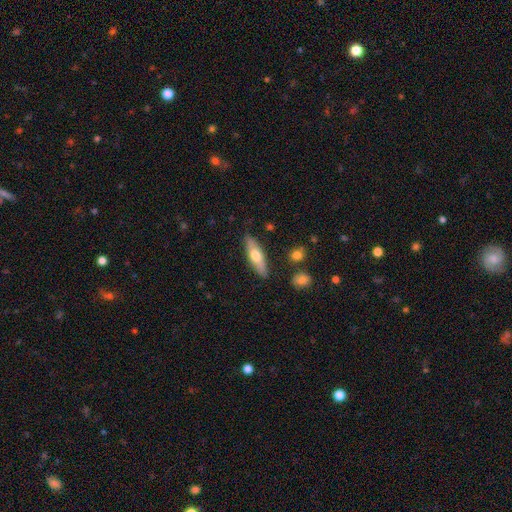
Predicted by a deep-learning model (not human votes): A smooth galaxy with no disk features (59%) that is cigar-shaped (58%). Merging: none (86%).